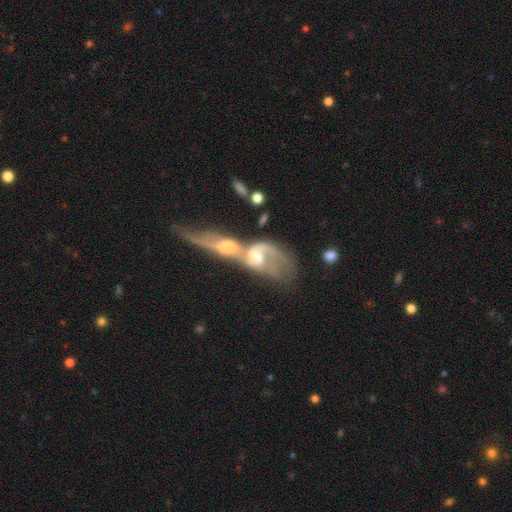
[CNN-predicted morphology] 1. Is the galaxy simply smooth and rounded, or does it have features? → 75% featured or disk, 18% smooth, 7% star or artifact.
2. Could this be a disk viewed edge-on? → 88% no, 12% yes.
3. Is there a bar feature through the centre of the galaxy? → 51% no, 38% weak, 11% strong.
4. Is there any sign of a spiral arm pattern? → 82% yes, 18% no.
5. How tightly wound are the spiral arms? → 49% loose, 34% medium, 17% tight.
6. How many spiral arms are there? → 59% 2, 19% 1, 18% can't tell, 2% 3, 1% 4, 1% more than 4.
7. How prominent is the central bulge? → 59% moderate, 19% small, 15% large, 5% none, 2% dominant.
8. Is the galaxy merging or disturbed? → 80% merger, 8% major disturbance, 7% none, 4% minor disturbance.